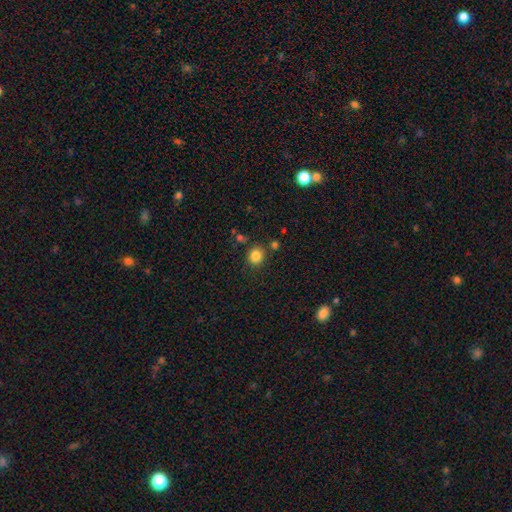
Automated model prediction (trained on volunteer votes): Overall: smooth (84%). How rounded: round (81%). Merging: none (82%).